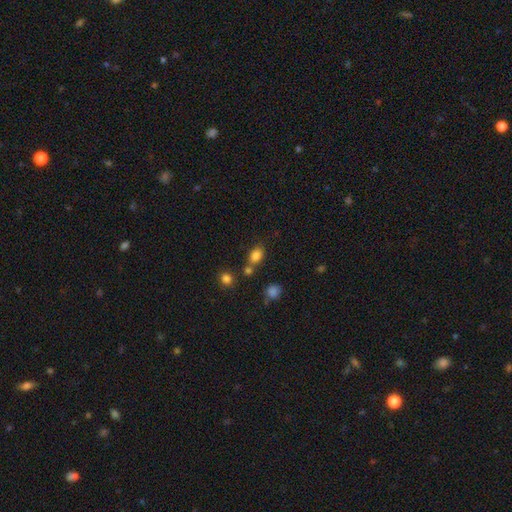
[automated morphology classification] Q: Smooth or featured?
A: smooth (83%); runner-up: star or artifact (12%)
Q: How rounded?
A: in between (71%); runner-up: round (27%)
Q: Merging?
A: none (64%); runner-up: merger (18%)